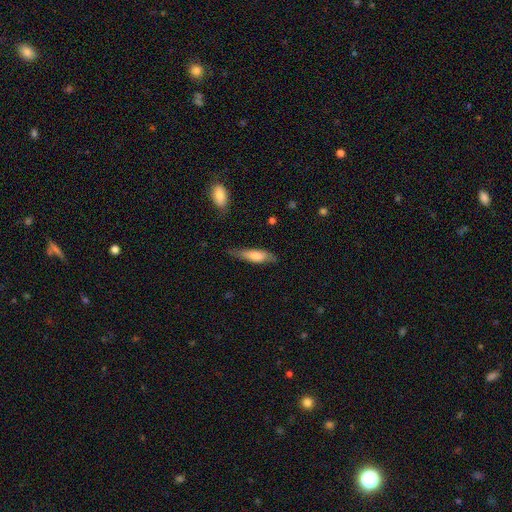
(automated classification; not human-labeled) Q: Smooth or featured?
A: smooth (65%); runner-up: featured or disk (29%)
Q: How rounded?
A: cigar-shaped (58%); runner-up: in between (40%)
Q: Merging?
A: none (64%); runner-up: minor disturbance (27%)